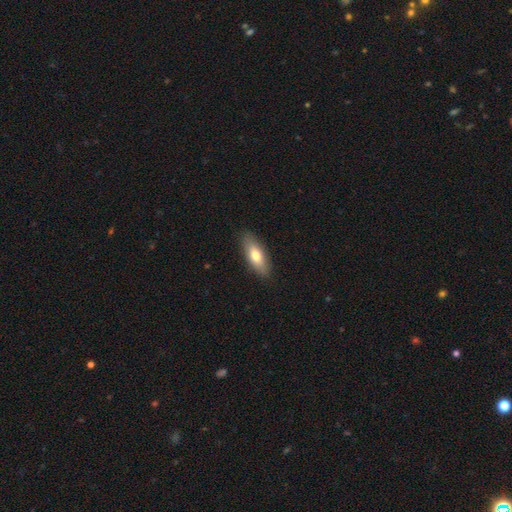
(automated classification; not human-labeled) Smooth or featured: smooth — 72% (featured or disk — 22%)
How rounded: in between — 70% (cigar-shaped — 27%)
Merging: none — 87% (minor disturbance — 10%)